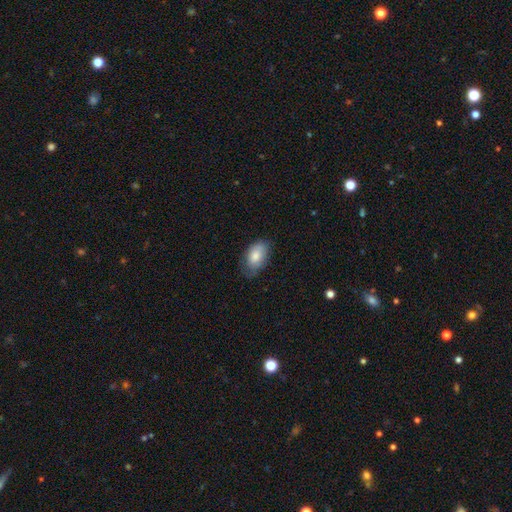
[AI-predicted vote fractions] Q: Smooth or featured?
A: smooth (77%); runner-up: featured or disk (17%)
Q: How rounded?
A: in between (92%); runner-up: round (7%)
Q: Merging?
A: none (63%); runner-up: minor disturbance (28%)